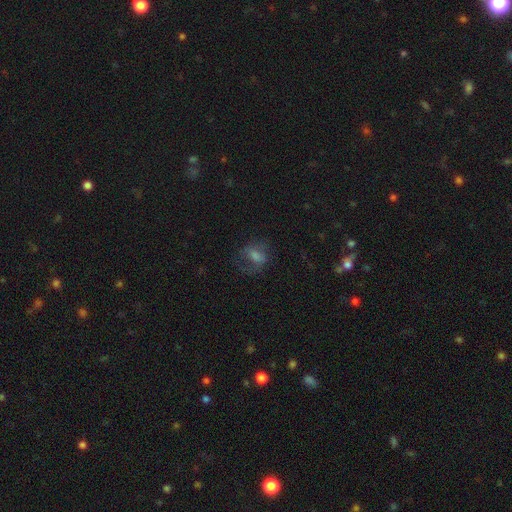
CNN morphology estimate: A smooth galaxy with no disk features (47%). Merging: none (55%).